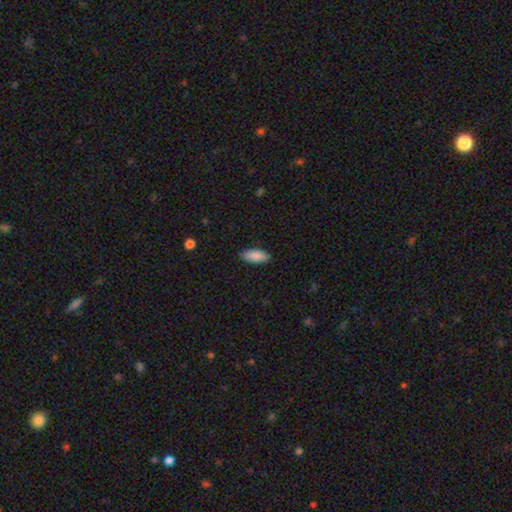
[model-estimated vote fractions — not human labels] Overall: smooth (89%). How rounded: in between (82%). Merging: none (89%).